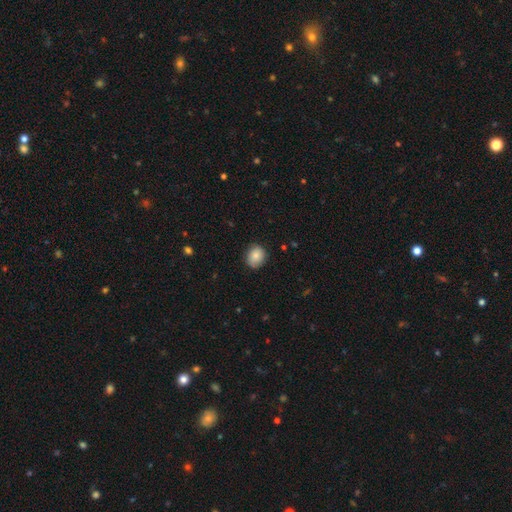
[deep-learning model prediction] Smooth or featured?
  - smooth: 85% *
  - star or artifact: 8%
  - featured or disk: 8%
How rounded?
  - round: 61% *
  - in between: 39%
  - cigar-shaped: 1%
Merging?
  - none: 81% *
  - minor disturbance: 15%
  - major disturbance: 3%
  - merger: 1%